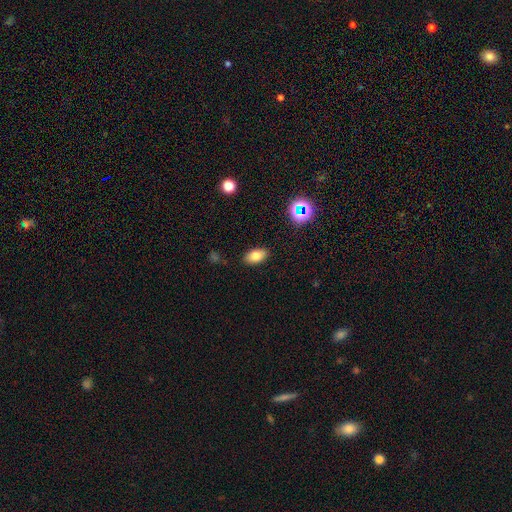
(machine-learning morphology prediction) The model was most divided on "smooth or featured": smooth: 79%, star or artifact: 11%, featured or disk: 10%. More confident: how rounded — in between (90%); merging — none (87%).